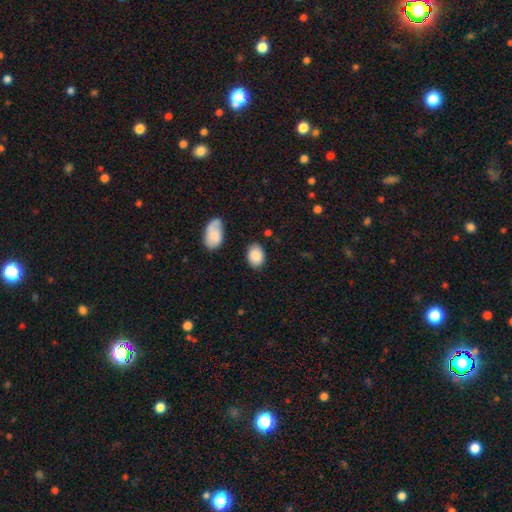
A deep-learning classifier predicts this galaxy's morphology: Overall: smooth (86%). How rounded: in between (77%). Merging: none (78%).